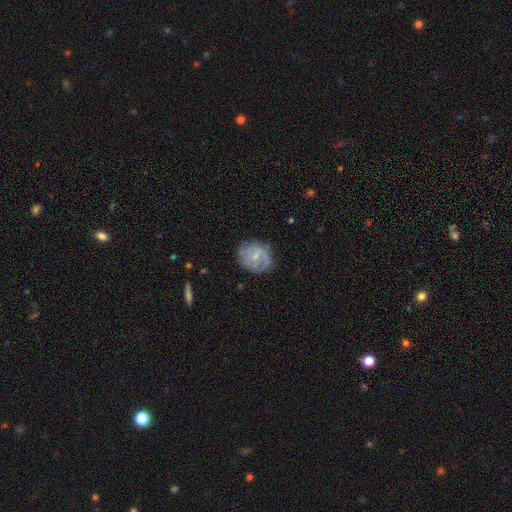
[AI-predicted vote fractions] Morphology: type=featured or disk (73%); edge-on=no (98%); bar=weak (52%); spiral arms=yes (89%); winding=tight (41%, tied with medium); arm count=2 (43%); bulge=small (67%); merging=none (72%).